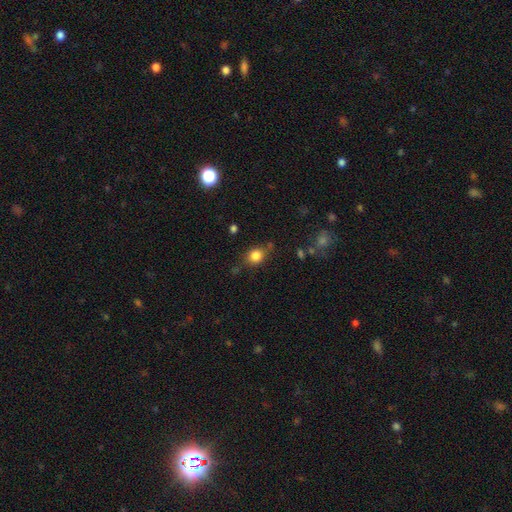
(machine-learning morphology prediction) smooth-or-featured: smooth: 83% | star or artifact: 11% | featured or disk: 6%
  how-rounded: round: 67% | in between: 32% | cigar-shaped: 1%
  merging: none: 74% | minor disturbance: 16% | merger: 5% | major disturbance: 5%